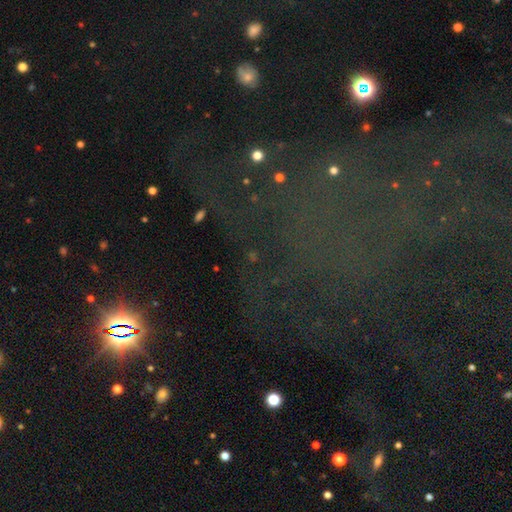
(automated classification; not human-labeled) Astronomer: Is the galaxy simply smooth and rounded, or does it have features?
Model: star or artifact — 72%.